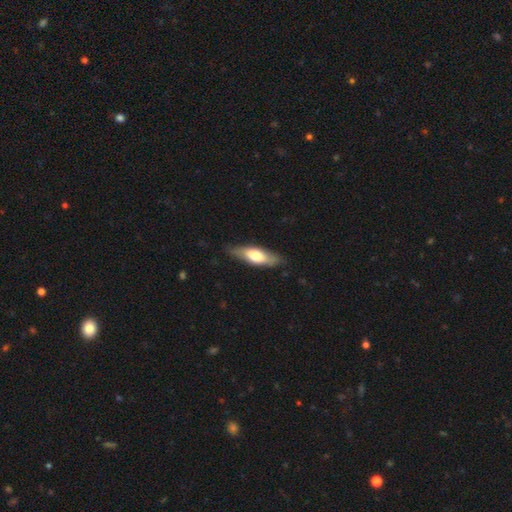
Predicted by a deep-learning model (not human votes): Morphology: type=smooth (58%); roundness=in between (57%); merging=none (80%).